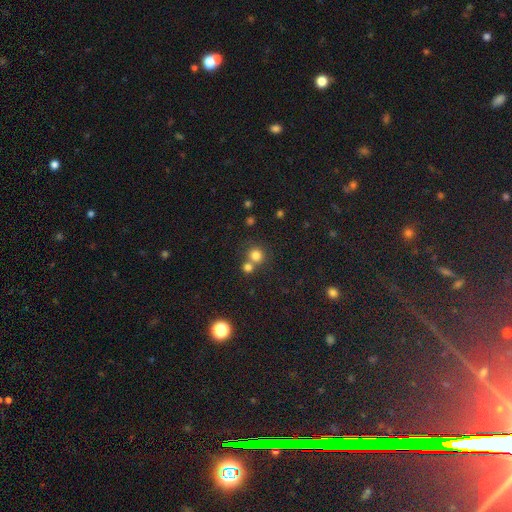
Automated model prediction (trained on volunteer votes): A smooth galaxy with no disk features (78%) that is round (89%).

Vote fractions:
- Smooth or featured? smooth: 78% / star or artifact: 15% / featured or disk: 8%
- How rounded? round: 89% / in between: 10% / cigar-shaped: 1%
- Merging? none: 54% / merger: 36% / minor disturbance: 7% / major disturbance: 3%